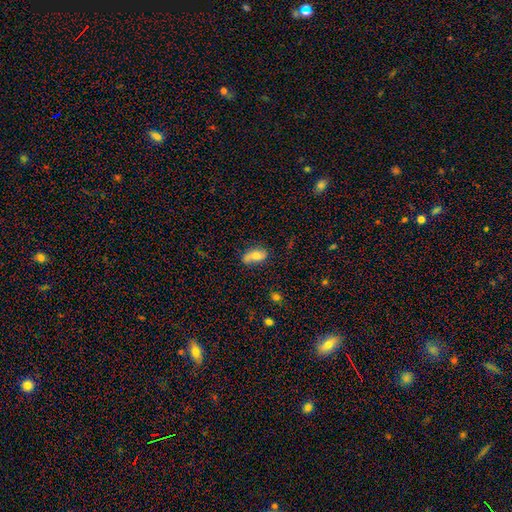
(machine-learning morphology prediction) smooth 61%, featured or disk 30%, star or artifact 9%. Down the decision tree: how rounded — in between (88%); merging — none (64%).